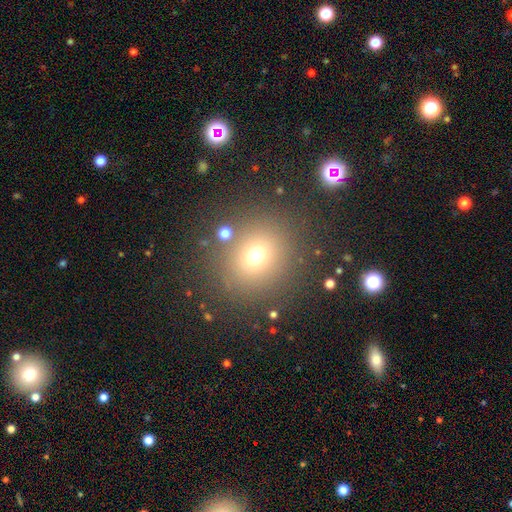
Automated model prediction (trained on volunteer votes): Overall: smooth (68%). How rounded: round (83%). Merging: none (82%).